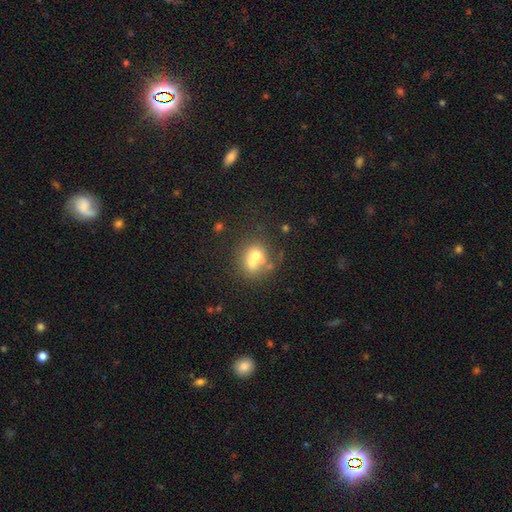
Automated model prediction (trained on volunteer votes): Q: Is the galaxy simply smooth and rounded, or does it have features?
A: smooth — 59%.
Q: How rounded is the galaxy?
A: round — 74%.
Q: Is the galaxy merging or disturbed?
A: merger — 53%.